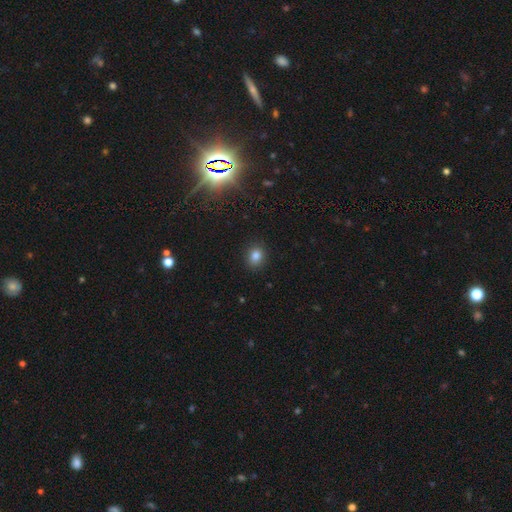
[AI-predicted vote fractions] Morphology: type=smooth (82%); roundness=round (63%); merging=none (90%).